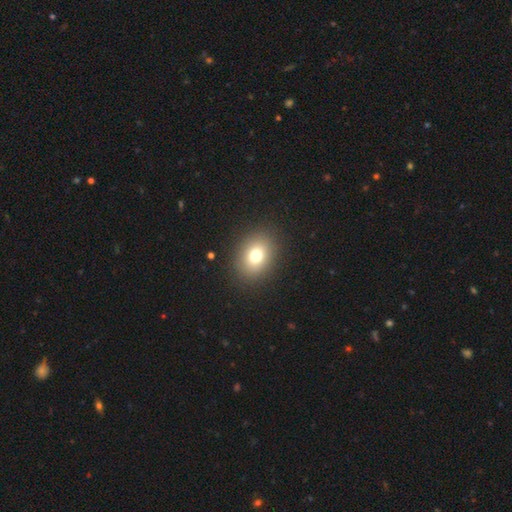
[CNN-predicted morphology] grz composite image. It shows a smooth galaxy with no disk features (76%) that is in between round and cigar-shaped (53%). Merging: none (89%).